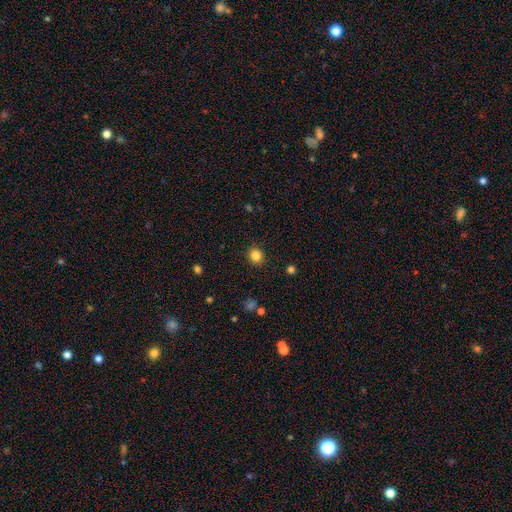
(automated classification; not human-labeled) This appears to be a smooth galaxy with no disk features (84%) that is round (88%). Merging: none (90%).